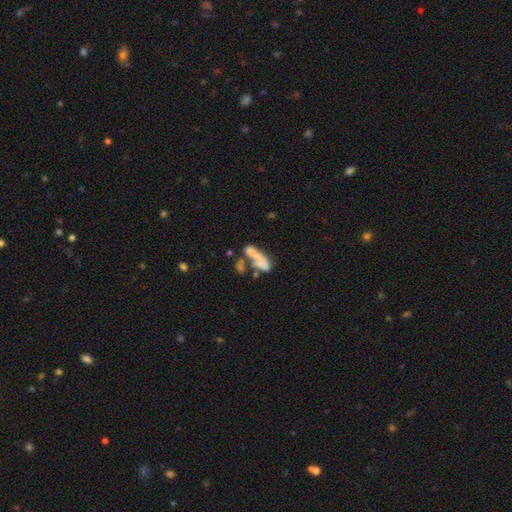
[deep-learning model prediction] smooth 47%, featured or disk 41%, star or artifact 11%. Down the decision tree: merging — merger (55%).